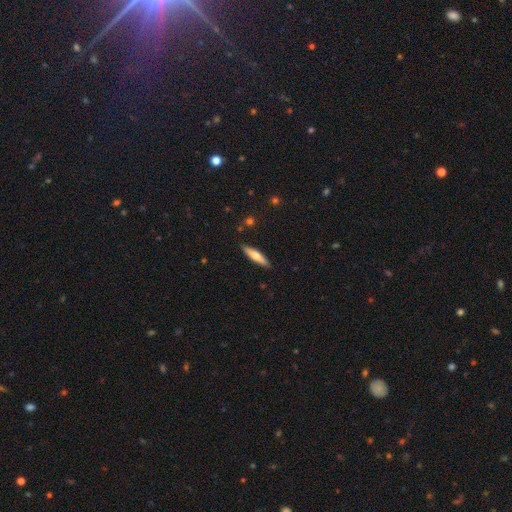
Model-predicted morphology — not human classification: Smooth or featured? Predicted: smooth (p=0.56). How rounded? Predicted: cigar-shaped (p=0.78). Merging? Predicted: none (p=0.89).